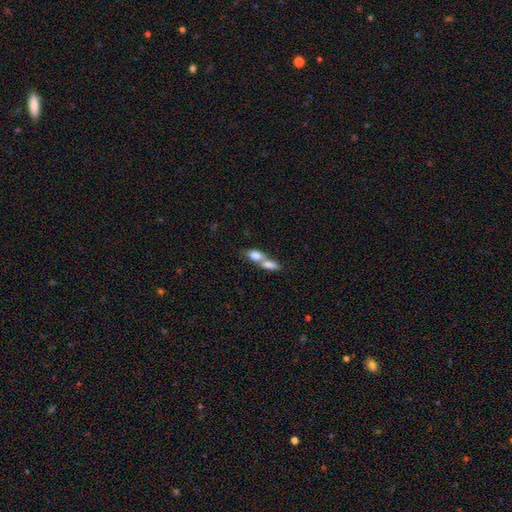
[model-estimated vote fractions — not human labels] This is likely a smooth galaxy (74%). How rounded: likely in between (73%). Merging: likely merger (72%).